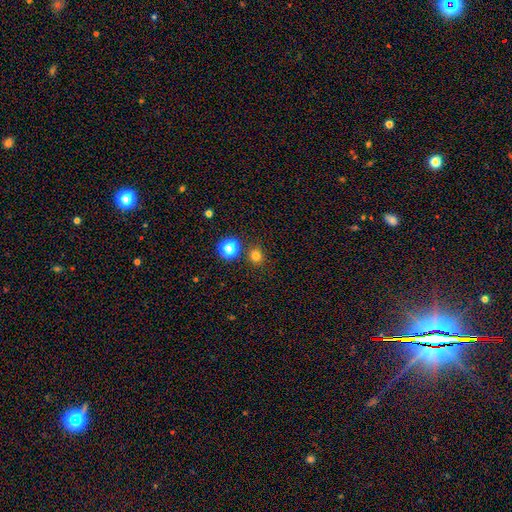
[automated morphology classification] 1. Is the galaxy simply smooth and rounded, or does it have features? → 77% smooth, 19% star or artifact, 5% featured or disk.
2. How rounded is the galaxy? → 86% round, 13% in between, 1% cigar-shaped.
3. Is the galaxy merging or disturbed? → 85% none, 7% minor disturbance, 6% merger, 3% major disturbance.